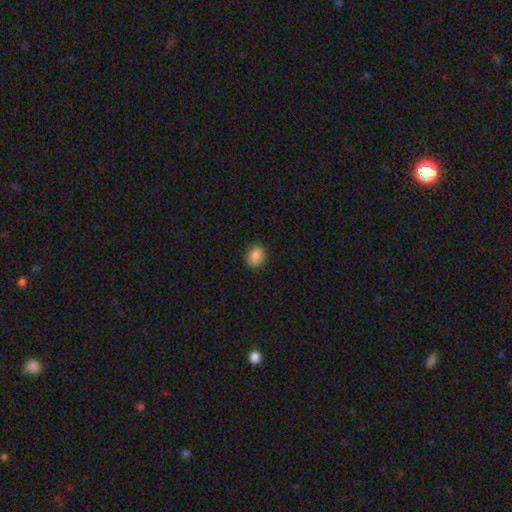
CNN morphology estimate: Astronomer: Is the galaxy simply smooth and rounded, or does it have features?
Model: smooth — 87%.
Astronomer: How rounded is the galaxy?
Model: in between — 53% (runner-up: round, 46%).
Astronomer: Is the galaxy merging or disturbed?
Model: none — 89%.